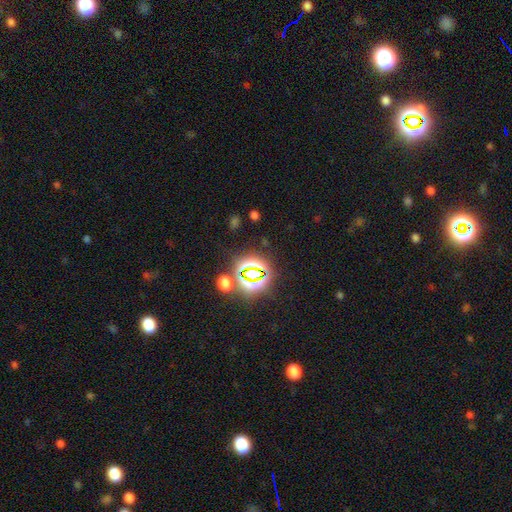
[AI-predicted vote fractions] Smooth or featured: star or artifact — 78% (smooth — 15%)